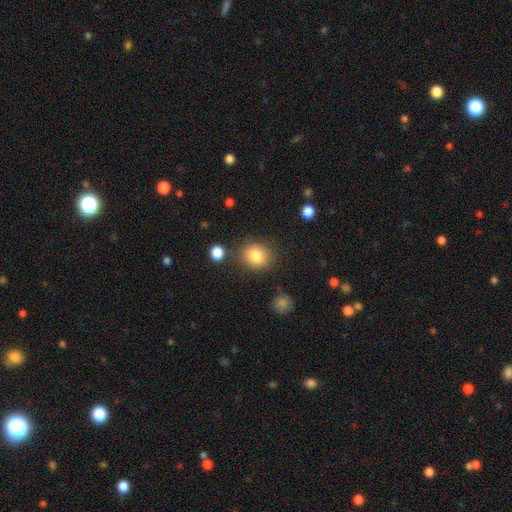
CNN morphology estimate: Smooth or featured? Predicted: smooth (p=0.84). How rounded? Predicted: round (p=0.76). Merging? Predicted: none (p=0.79).